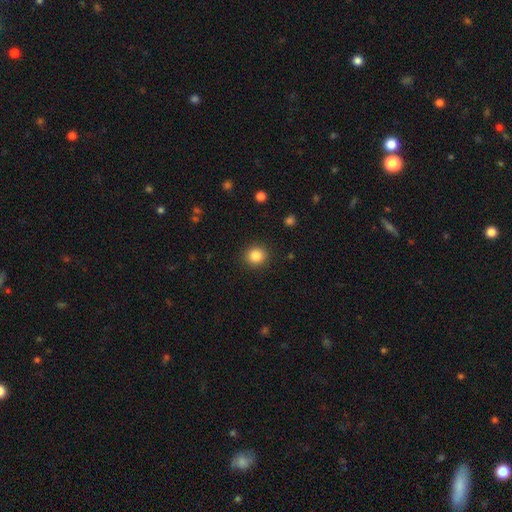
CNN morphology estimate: smooth-or-featured: smooth: 85% | star or artifact: 10% | featured or disk: 5%
  how-rounded: round: 88% | in between: 11% | cigar-shaped: 1%
  merging: none: 91% | minor disturbance: 6% | major disturbance: 2% | merger: 1%